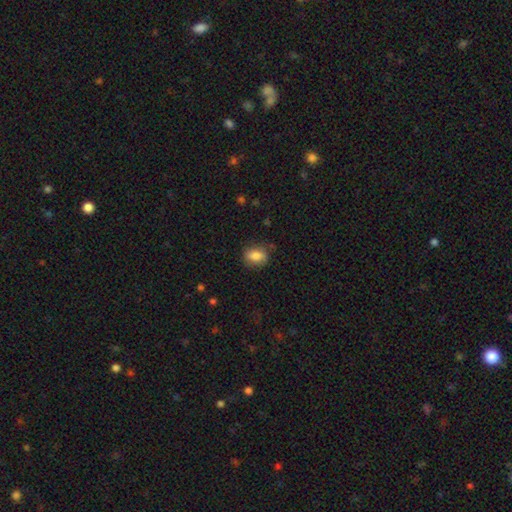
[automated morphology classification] smooth 78%, featured or disk 14%, star or artifact 8%. Down the decision tree: how rounded — in between (74%); merging — none (75%).